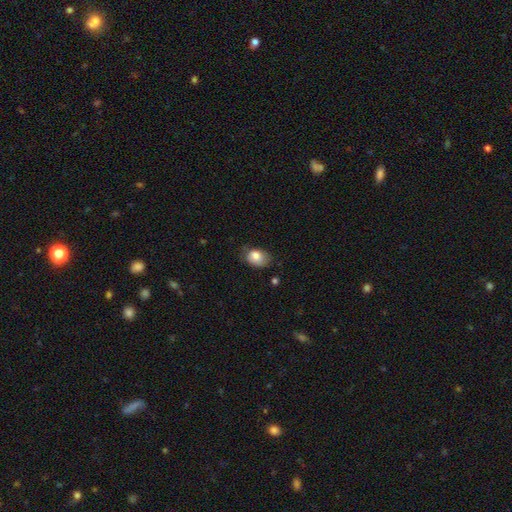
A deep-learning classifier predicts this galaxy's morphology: type=smooth (80%); roundness=in between (72%); merging=none (57%).